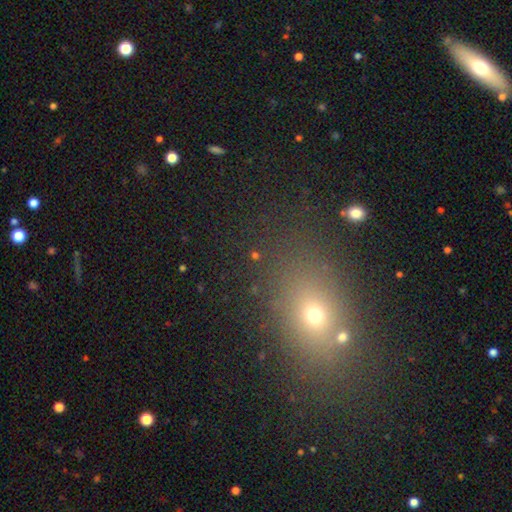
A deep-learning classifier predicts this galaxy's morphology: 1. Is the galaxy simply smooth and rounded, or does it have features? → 49% smooth, 38% star or artifact, 12% featured or disk.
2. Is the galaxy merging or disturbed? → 78% none, 10% minor disturbance, 6% major disturbance, 6% merger.